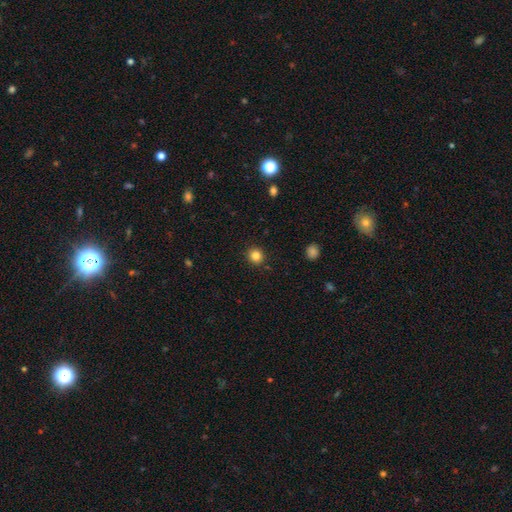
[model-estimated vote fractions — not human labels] Smooth or featured?
  - smooth: 84% *
  - star or artifact: 12%
  - featured or disk: 4%
How rounded?
  - round: 89% *
  - in between: 10%
  - cigar-shaped: 1%
Merging?
  - none: 91% *
  - minor disturbance: 6%
  - major disturbance: 2%
  - merger: 1%